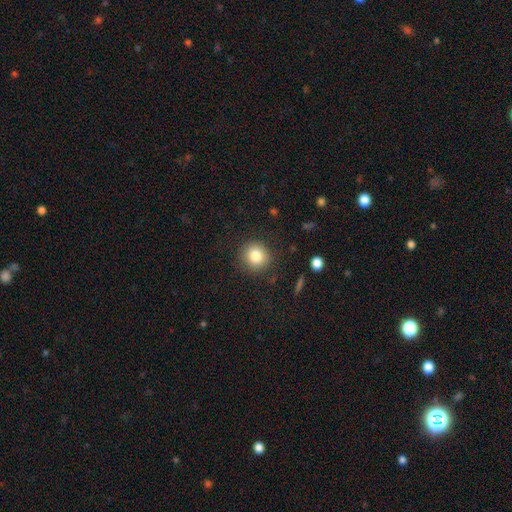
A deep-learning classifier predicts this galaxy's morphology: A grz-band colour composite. It shows a smooth galaxy with no disk features (82%) that is round (90%). Merging: none (88%).